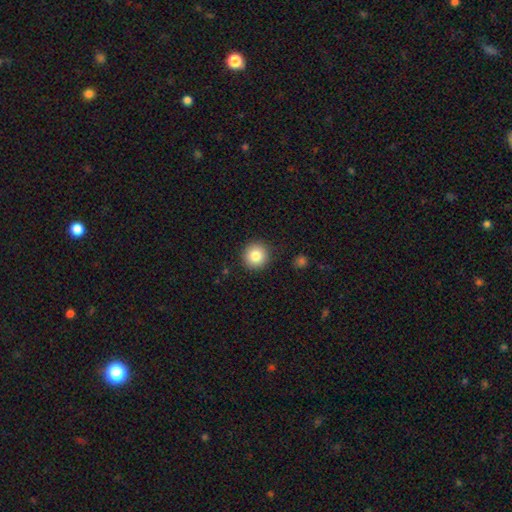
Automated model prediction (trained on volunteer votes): The model was most divided on "smooth or featured": smooth: 83%, star or artifact: 10%, featured or disk: 7%. More confident: how rounded — round (95%); merging — none (90%).